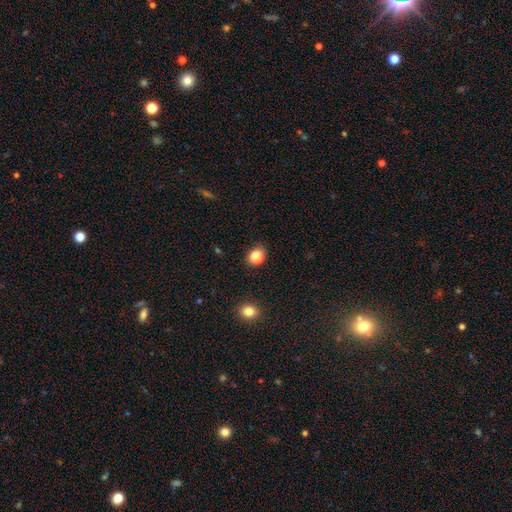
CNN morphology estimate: Overall: smooth (81%). How rounded: round (54%; in between 45%). Merging: none (71%).